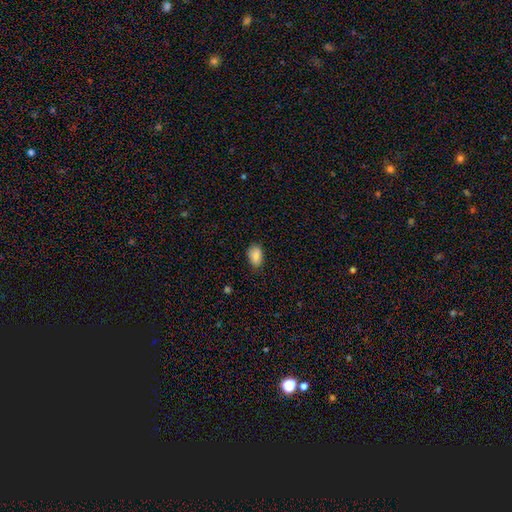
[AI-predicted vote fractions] This is clearly a smooth galaxy (88%). How rounded: clearly in between (91%). Merging: likely none (79%).